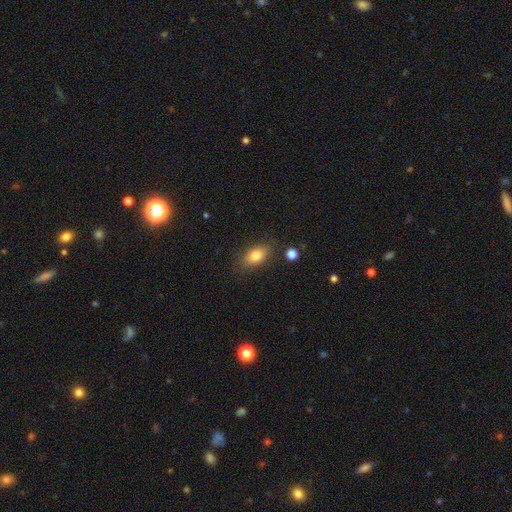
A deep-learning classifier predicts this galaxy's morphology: A smooth galaxy with no disk features (80%) that is in between round and cigar-shaped (86%). Merging: none (82%).